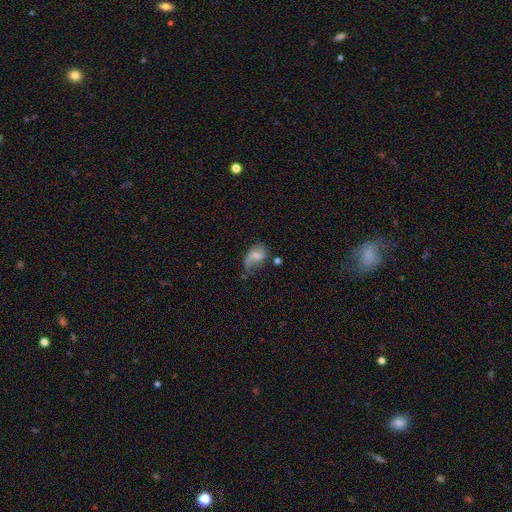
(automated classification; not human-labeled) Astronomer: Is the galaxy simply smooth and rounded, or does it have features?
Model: featured or disk — 48% (runner-up: smooth, 42%).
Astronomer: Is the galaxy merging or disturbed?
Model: minor disturbance — 31%, tied with none at 31%.